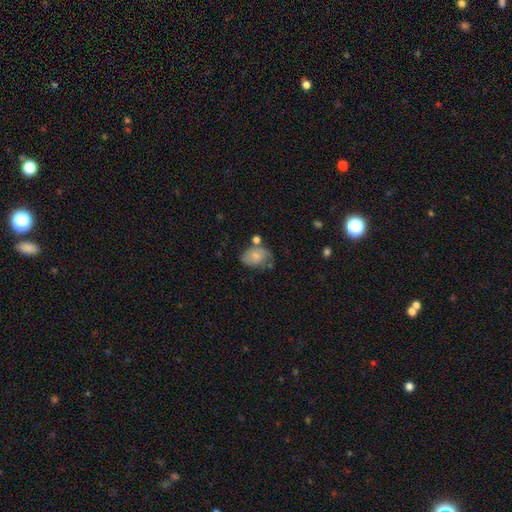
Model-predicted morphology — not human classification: A smooth galaxy with no disk features (71%) that is in between round and cigar-shaped (72%). Merging: none (45%).